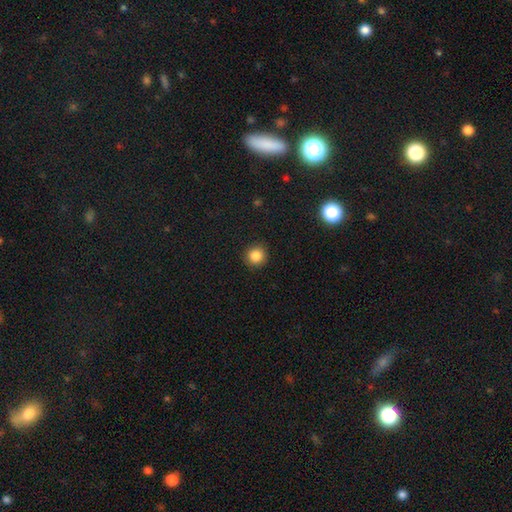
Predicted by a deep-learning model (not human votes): Smooth or featured?
  - smooth: 86% *
  - star or artifact: 10%
  - featured or disk: 4%
How rounded?
  - round: 94% *
  - in between: 5%
  - cigar-shaped: 1%
Merging?
  - none: 92% *
  - minor disturbance: 5%
  - major disturbance: 2%
  - merger: 1%